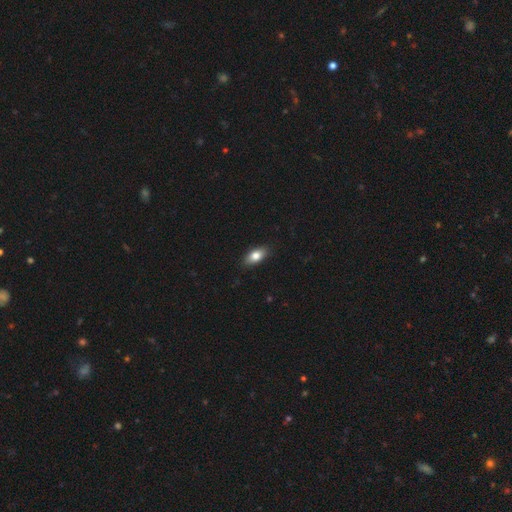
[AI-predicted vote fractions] The model was most divided on "smooth or featured": smooth: 81%, featured or disk: 12%, star or artifact: 7%. More confident: how rounded — in between (88%); merging — none (88%).